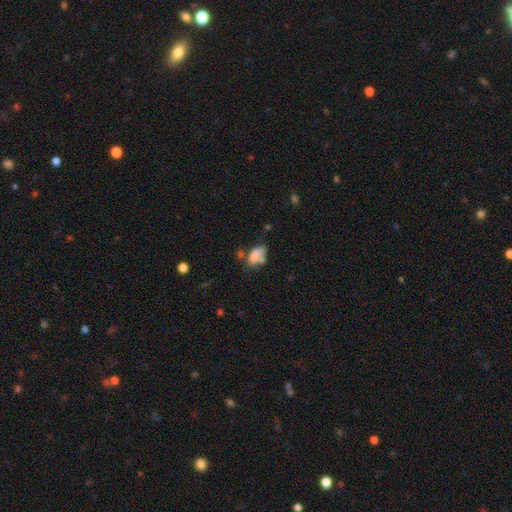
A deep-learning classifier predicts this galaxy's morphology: Smooth or featured: smooth — 72% (featured or disk — 17%)
How rounded: in between — 88% (round — 6%)
Merging: none — 35% (merger — 27%)